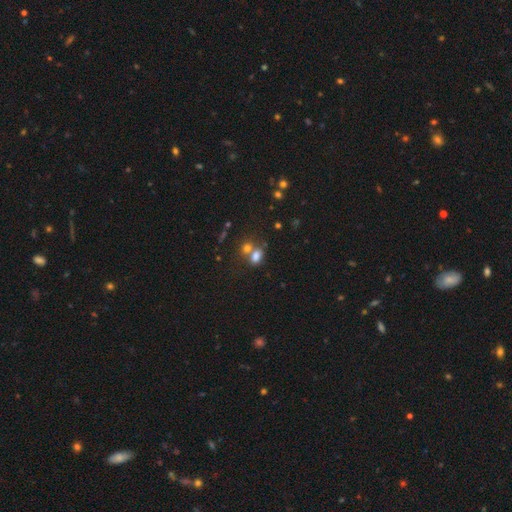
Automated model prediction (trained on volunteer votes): Smooth or featured? smooth (74%)
How rounded? in between (75%)
Merging? merger (49%)